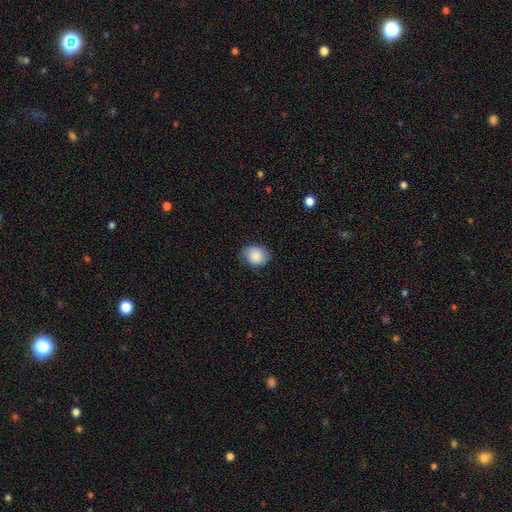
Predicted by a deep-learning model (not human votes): Smooth or featured?
  - smooth: 86% *
  - star or artifact: 8%
  - featured or disk: 6%
How rounded?
  - round: 58% *
  - in between: 41%
  - cigar-shaped: 1%
Merging?
  - none: 78% *
  - minor disturbance: 18%
  - major disturbance: 3%
  - merger: 1%